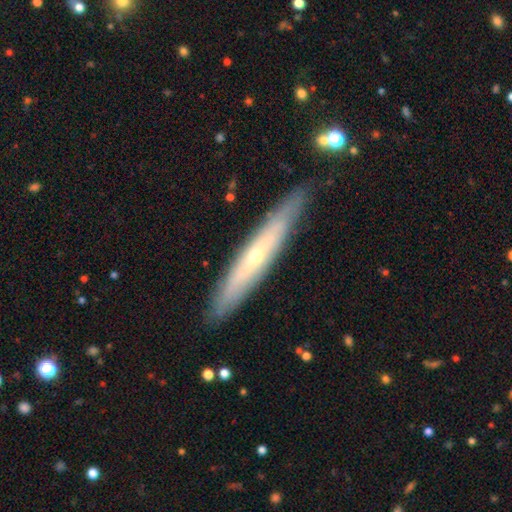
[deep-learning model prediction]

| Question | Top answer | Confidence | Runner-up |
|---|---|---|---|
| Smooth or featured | featured or disk | 64% | smooth (29%) |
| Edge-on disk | yes | 76% | no (24%) |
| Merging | none | 86% | minor disturbance (10%) |